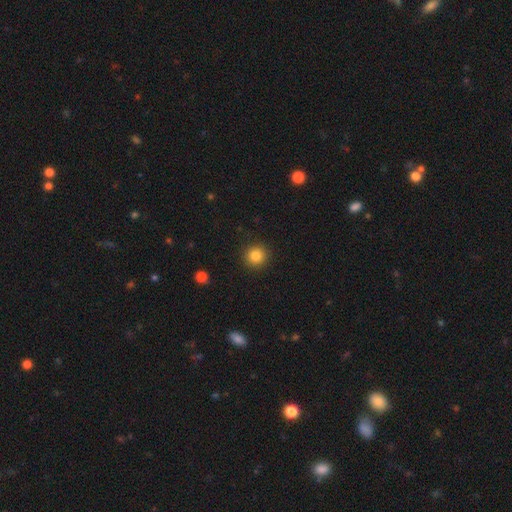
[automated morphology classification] This appears to be a smooth galaxy with no disk features (84%) that is round (93%). Merging: none (92%).